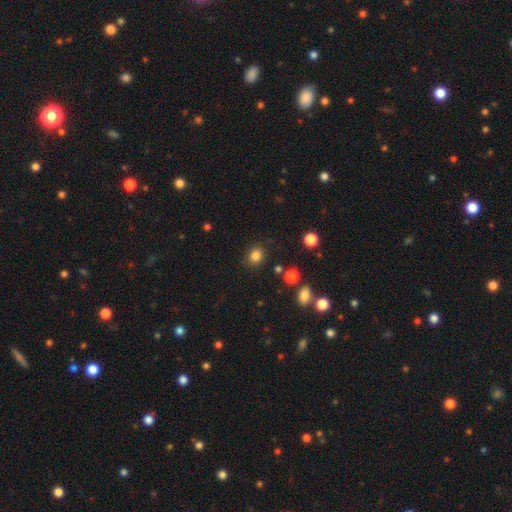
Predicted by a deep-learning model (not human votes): Overall: smooth (83%). How rounded: round (69%; in between 30%). Merging: none (84%).